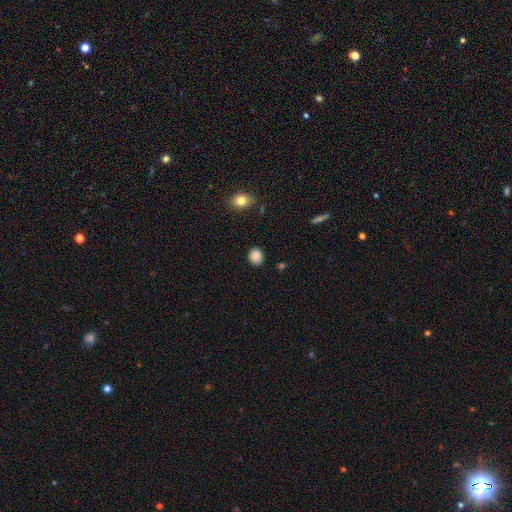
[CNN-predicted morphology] smooth 87%, star or artifact 9%, featured or disk 3%. Down the decision tree: how rounded — round (59%); merging — none (86%).